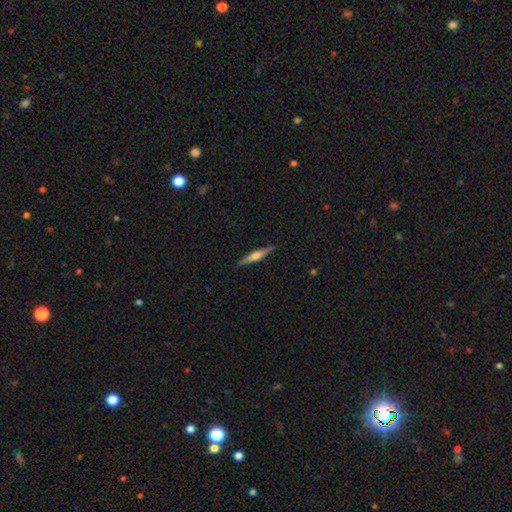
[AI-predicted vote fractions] This appears to be a featured or disk galaxy (61%) viewed edge-on (97%) with a rounded central bulge (83%). Merging: none (89%).